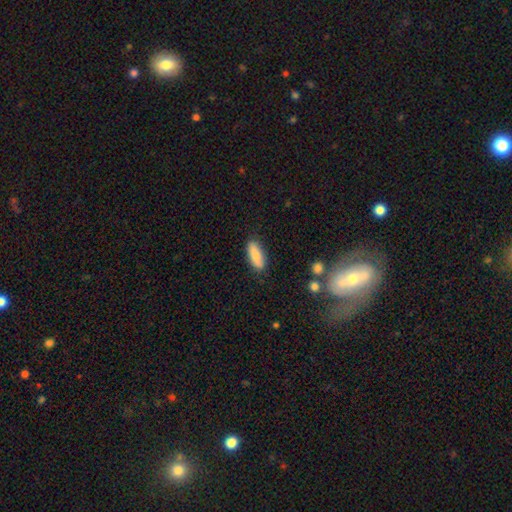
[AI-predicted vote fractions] Smooth or featured?
  - smooth: 82% *
  - featured or disk: 12%
  - star or artifact: 6%
How rounded?
  - in between: 67% *
  - cigar-shaped: 31%
  - round: 2%
Merging?
  - none: 85% *
  - minor disturbance: 11%
  - major disturbance: 2%
  - merger: 2%